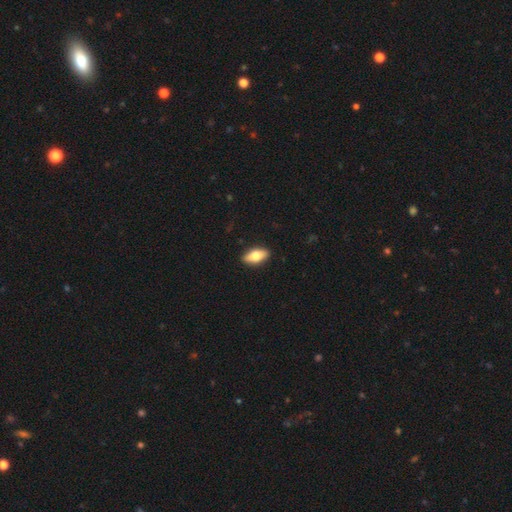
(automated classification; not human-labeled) smooth-or-featured: smooth: 71% | featured or disk: 23% | star or artifact: 6%
  how-rounded: in between: 87% | cigar-shaped: 9% | round: 4%
  merging: none: 90% | minor disturbance: 7% | major disturbance: 2% | merger: 1%